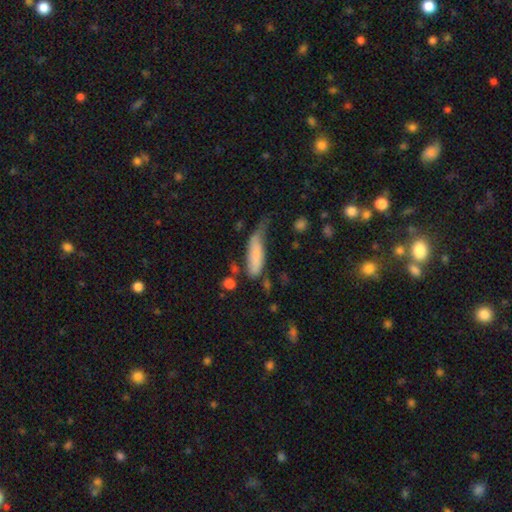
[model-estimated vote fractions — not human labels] This is likely a smooth galaxy (74%). How rounded: possibly in between (52%). Merging: marginally minor disturbance (35%).